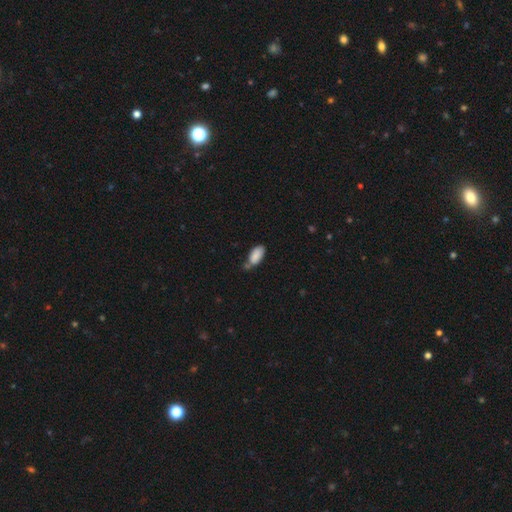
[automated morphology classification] type=smooth (86%); roundness=in between (92%); merging=none (50%).